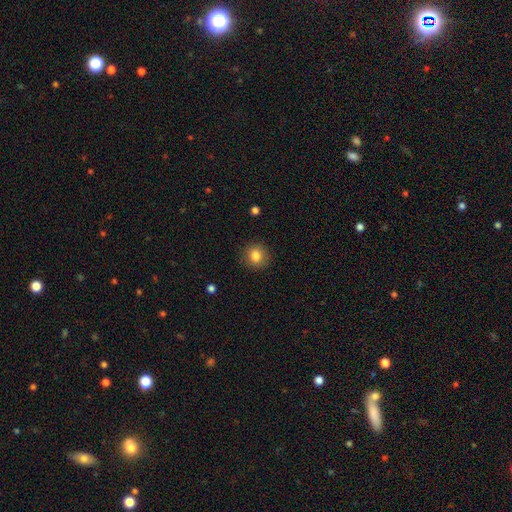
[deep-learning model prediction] Overall: smooth (84%). How rounded: round (89%). Merging: none (89%).